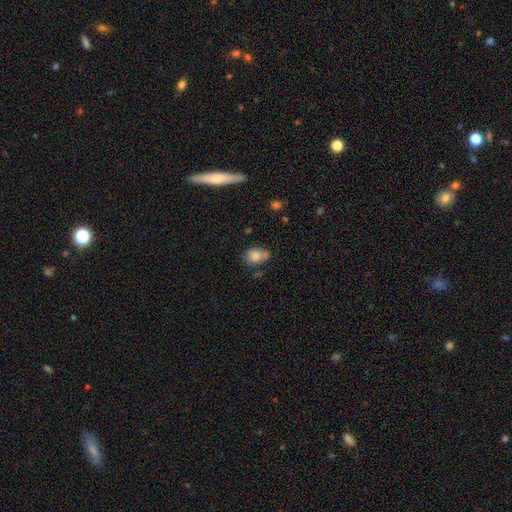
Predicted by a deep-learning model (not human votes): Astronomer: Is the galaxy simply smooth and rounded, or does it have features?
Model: smooth — 82%.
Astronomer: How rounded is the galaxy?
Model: in between — 61% (runner-up: round, 38%).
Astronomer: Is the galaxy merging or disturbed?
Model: none — 51% (runner-up: minor disturbance, 27%).